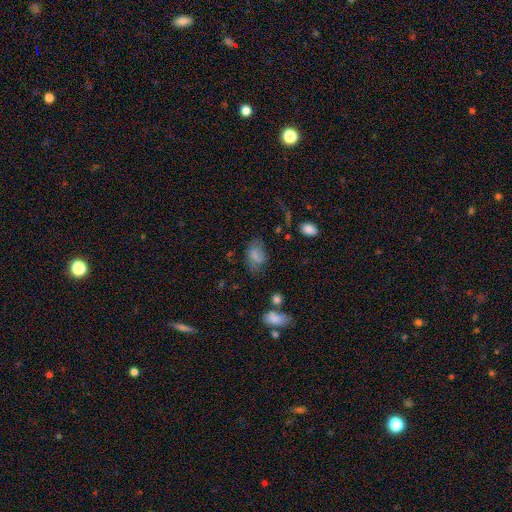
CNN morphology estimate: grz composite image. It shows a smooth galaxy with no disk features (72%) that is in between round and cigar-shaped (85%). Merging: none (55%).